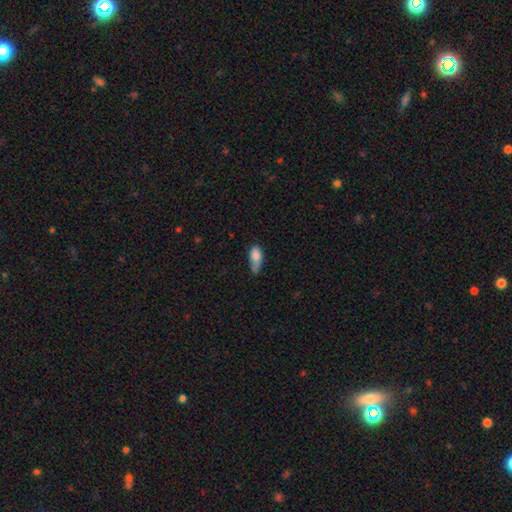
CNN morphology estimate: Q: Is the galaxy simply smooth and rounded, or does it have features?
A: smooth — 79%.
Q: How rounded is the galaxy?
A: in between — 84%.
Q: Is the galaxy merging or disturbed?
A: minor disturbance — 38%.